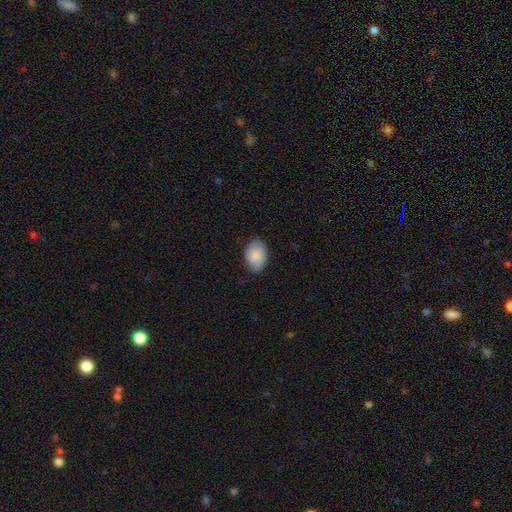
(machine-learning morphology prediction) A smooth galaxy with no disk features (89%) that is in between round and cigar-shaped (86%). Merging: none (84%).